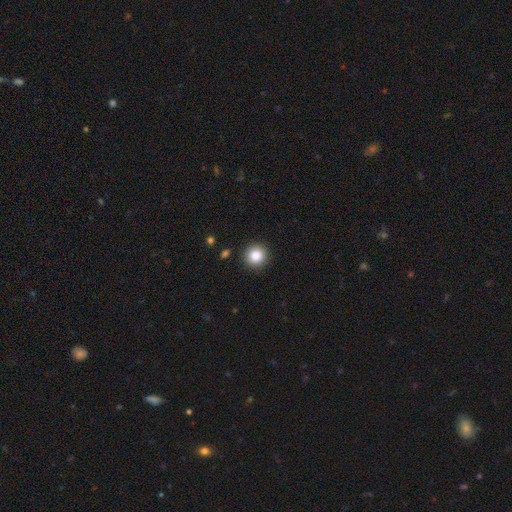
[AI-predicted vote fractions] Overall: smooth (86%). How rounded: round (94%). Merging: none (90%).